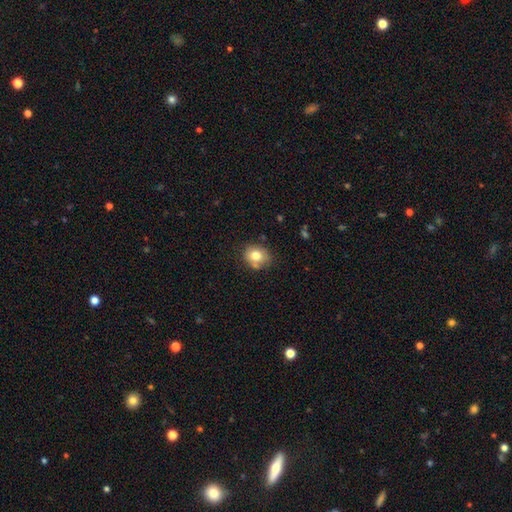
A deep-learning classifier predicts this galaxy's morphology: type=smooth (77%); roundness=round (63%); merging=none (69%).